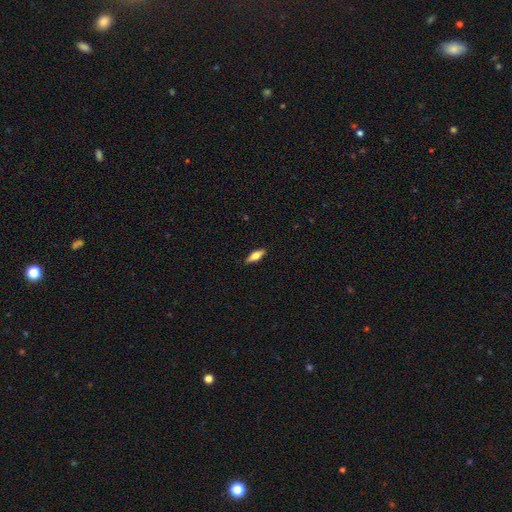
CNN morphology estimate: This appears to be a smooth galaxy with no disk features (56%) that is in between round and cigar-shaped (63%). Merging: none (88%).